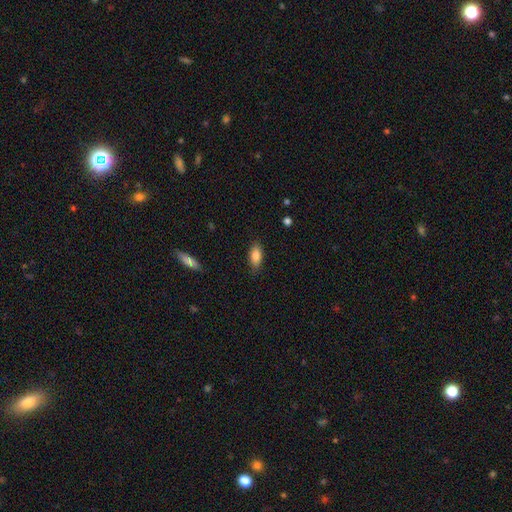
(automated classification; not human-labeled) Smooth or featured? smooth (85%)
How rounded? in between (84%)
Merging? none (83%)